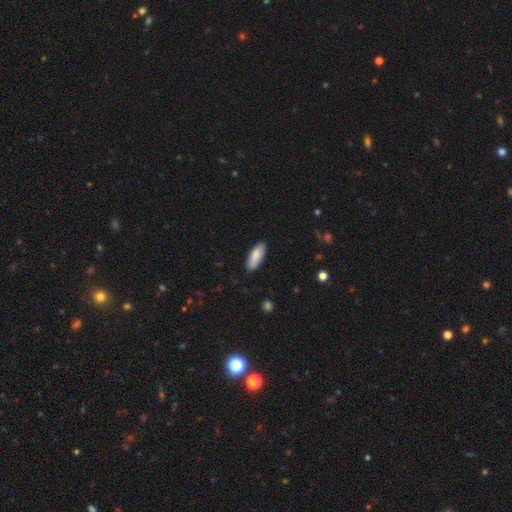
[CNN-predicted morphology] A smooth galaxy with no disk features (87%) that is in between round and cigar-shaped (72%). Merging: none (87%).